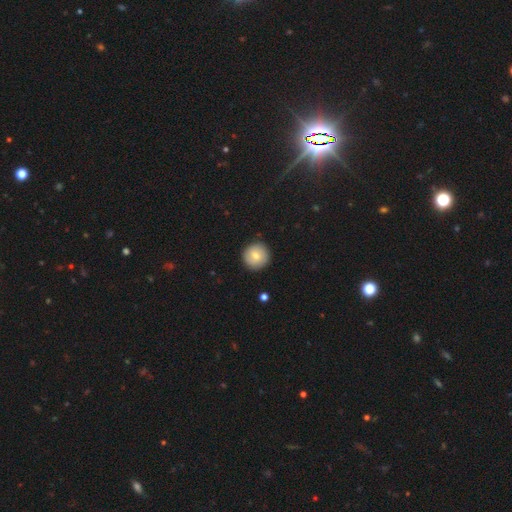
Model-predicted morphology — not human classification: The model was most divided on "smooth or featured": smooth: 74%, featured or disk: 19%, star or artifact: 8%. More confident: how rounded — round (95%); merging — none (90%).